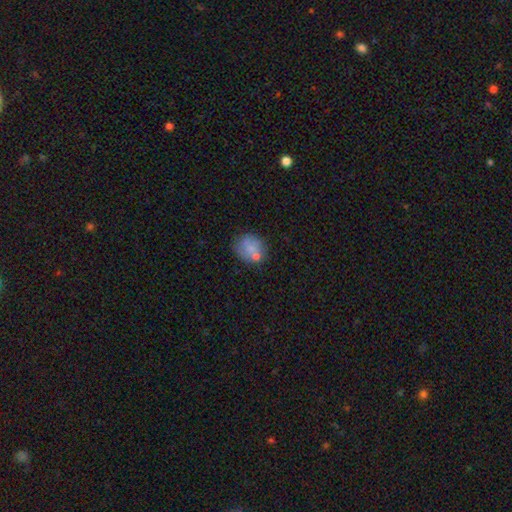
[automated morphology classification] smooth-or-featured: smooth: 64% | featured or disk: 26% | star or artifact: 10%
  how-rounded: round: 61% | in between: 38% | cigar-shaped: 1%
  merging: none: 53% | minor disturbance: 21% | merger: 17% | major disturbance: 9%